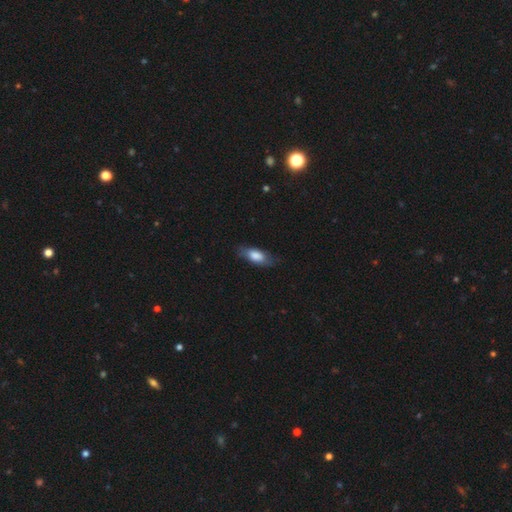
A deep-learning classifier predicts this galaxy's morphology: Q: Smooth or featured?
A: smooth (75%); runner-up: featured or disk (18%)
Q: How rounded?
A: in between (78%); runner-up: cigar-shaped (19%)
Q: Merging?
A: none (74%); runner-up: minor disturbance (20%)